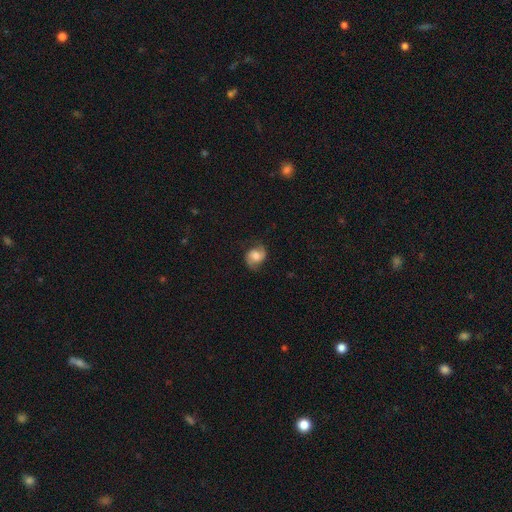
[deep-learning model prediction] A featured or disk galaxy (63%) with no bar (52%), 2 (90%) medium (46%) spiral arms (93%) and a moderate central bulge (41%).

Vote fractions:
- Smooth or featured? featured or disk: 63% / smooth: 29% / star or artifact: 8%
- Edge-on disk? no: 97% / yes: 3%
- Bar? no: 52% / weak: 38% / strong: 11%
- Spiral arms? yes: 93% / no: 7%
- Spiral winding? medium: 46% / loose: 36% / tight: 19%
- Spiral arm count? 2: 90% / can't tell: 4% / 1: 3% / 3: 1% / 4: 1% / more than 4: 1%
- Bulge size? moderate: 41% / large: 24% / small: 20% / none: 11% / dominant: 4%
- Merging? none: 74% / minor disturbance: 17% / major disturbance: 7% / merger: 1%